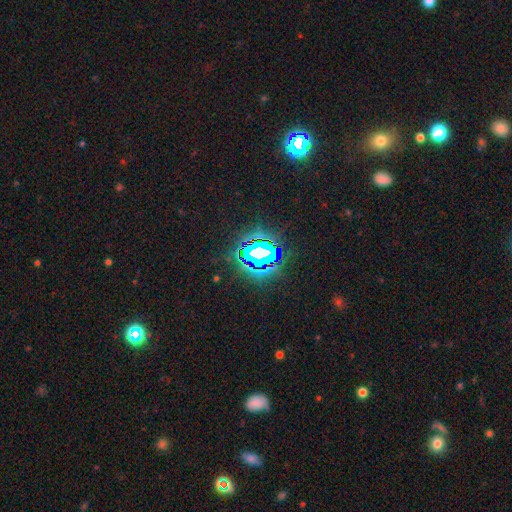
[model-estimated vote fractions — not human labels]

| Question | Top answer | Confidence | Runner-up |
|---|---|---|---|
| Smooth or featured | star or artifact | 72% | smooth (15%) |